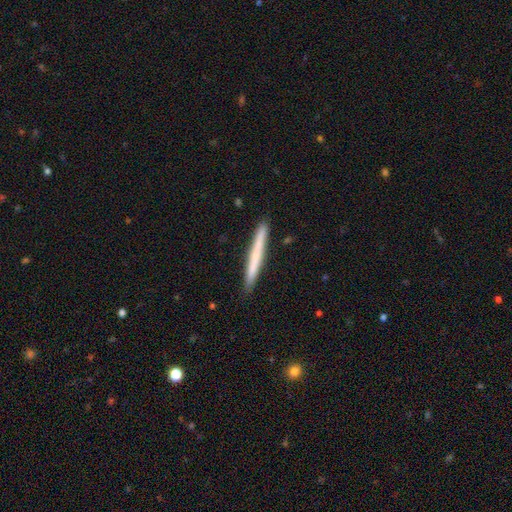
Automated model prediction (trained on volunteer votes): Morphology: type=smooth (61%); roundness=cigar-shaped (97%); merging=none (91%).